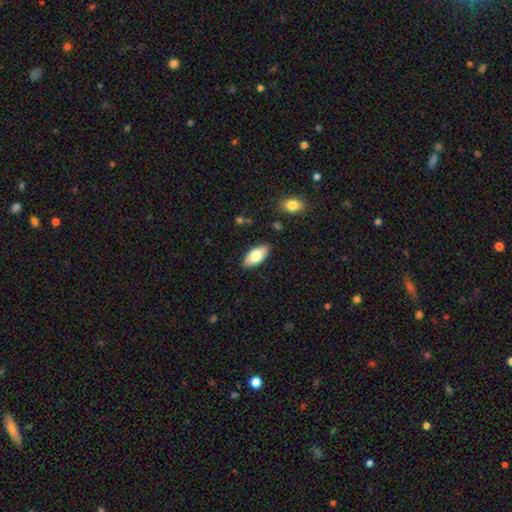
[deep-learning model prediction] smooth-or-featured: smooth: 77% | featured or disk: 17% | star or artifact: 6%
  how-rounded: in between: 90% | cigar-shaped: 7% | round: 2%
  merging: none: 87% | minor disturbance: 10% | major disturbance: 2% | merger: 1%